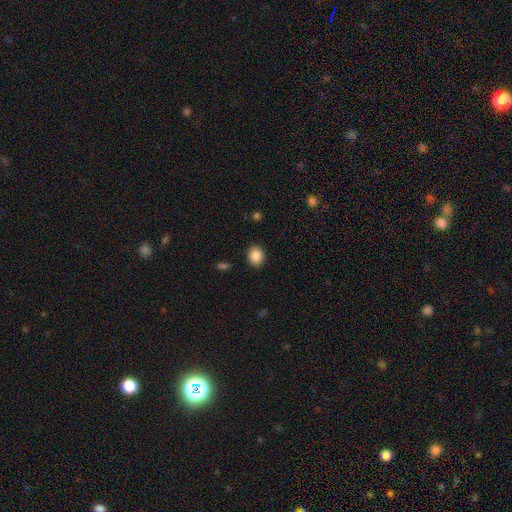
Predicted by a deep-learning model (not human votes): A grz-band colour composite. It shows a smooth galaxy with no disk features (87%) that is round (64%). Merging: none (90%).